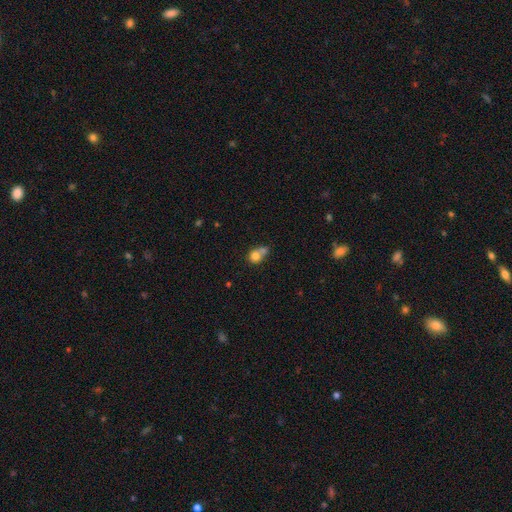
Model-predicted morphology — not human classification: This is likely a smooth galaxy (75%). How rounded: likely round (76%). Merging: possibly merger (55%).